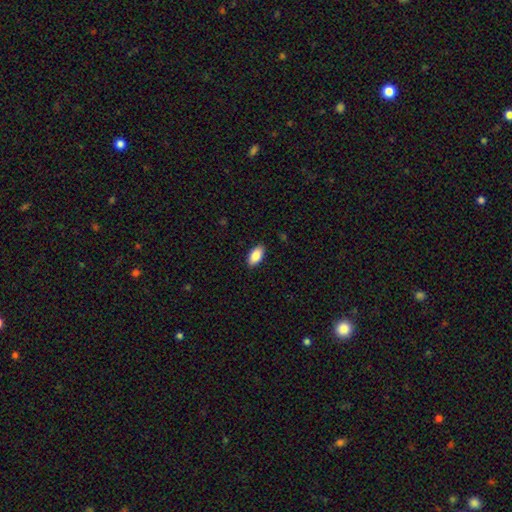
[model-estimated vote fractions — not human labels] Smooth or featured? Predicted: smooth (p=0.88). How rounded? Predicted: in between (p=0.94). Merging? Predicted: none (p=0.89).